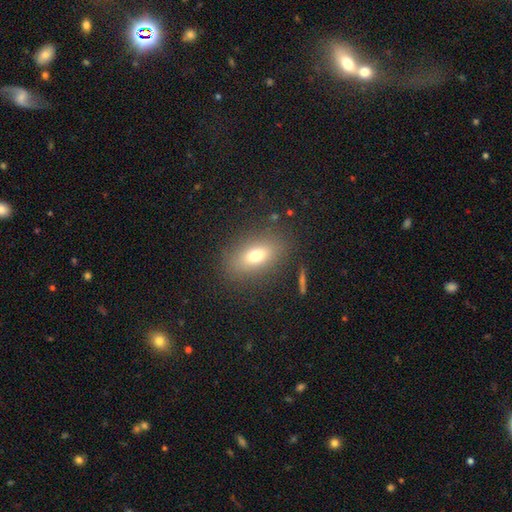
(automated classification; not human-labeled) A smooth galaxy with no disk features (72%) that is in between round and cigar-shaped (82%).

Vote fractions:
- Smooth or featured? smooth: 72% / featured or disk: 18% / star or artifact: 11%
- How rounded? in between: 82% / round: 9% / cigar-shaped: 9%
- Merging? none: 83% / minor disturbance: 10% / major disturbance: 5% / merger: 2%